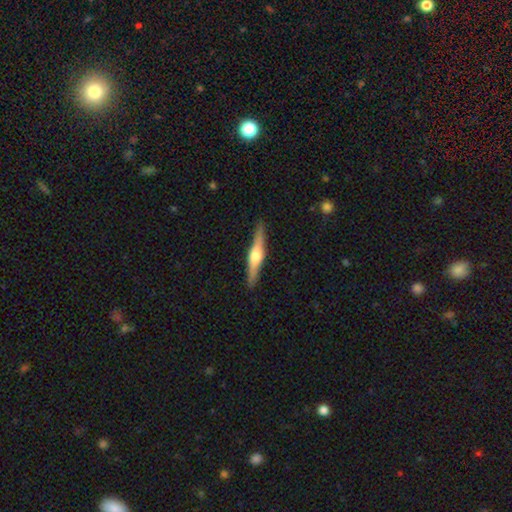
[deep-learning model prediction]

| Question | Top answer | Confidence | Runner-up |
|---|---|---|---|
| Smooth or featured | featured or disk | 69% | smooth (26%) |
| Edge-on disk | yes | 97% | no (3%) |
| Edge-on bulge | rounded | 90% | boxy (7%) |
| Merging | none | 90% | minor disturbance (7%) |